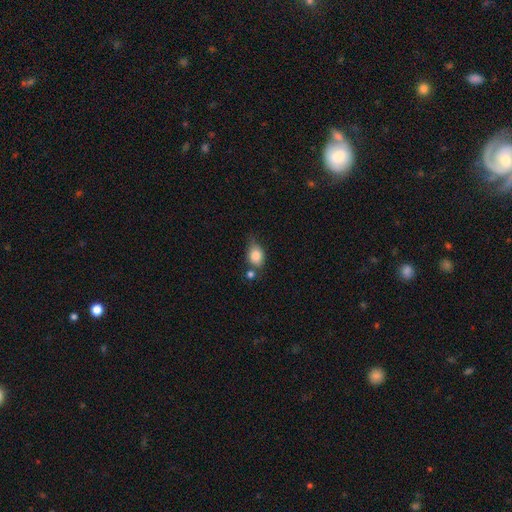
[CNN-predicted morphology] This is clearly a smooth galaxy (82%). How rounded: likely in between (61%). Merging: possibly none (48%).